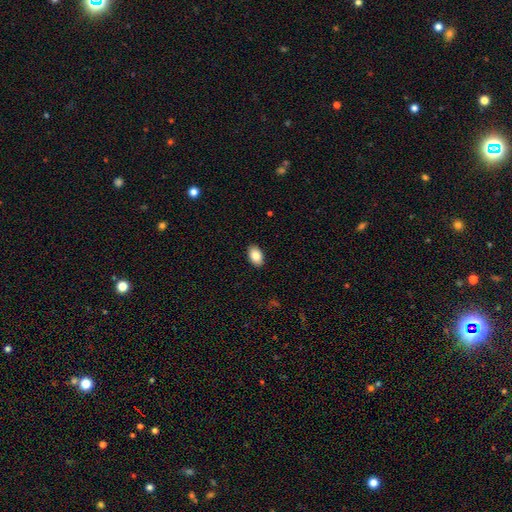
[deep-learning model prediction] Q: Smooth or featured?
A: smooth (86%); runner-up: star or artifact (7%)
Q: How rounded?
A: in between (90%); runner-up: round (8%)
Q: Merging?
A: none (90%); runner-up: minor disturbance (7%)